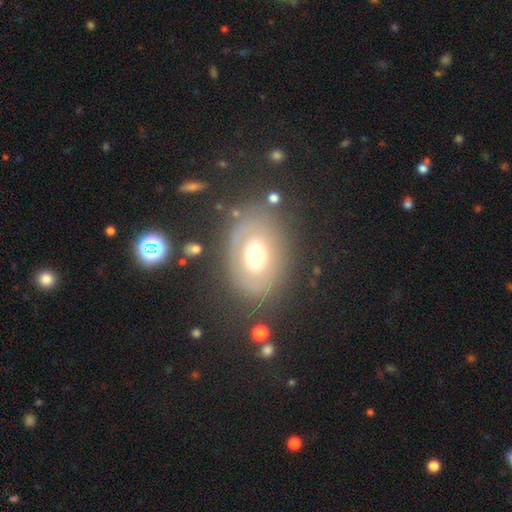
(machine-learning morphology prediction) A featured or disk galaxy (49%). Merging: none (75%).